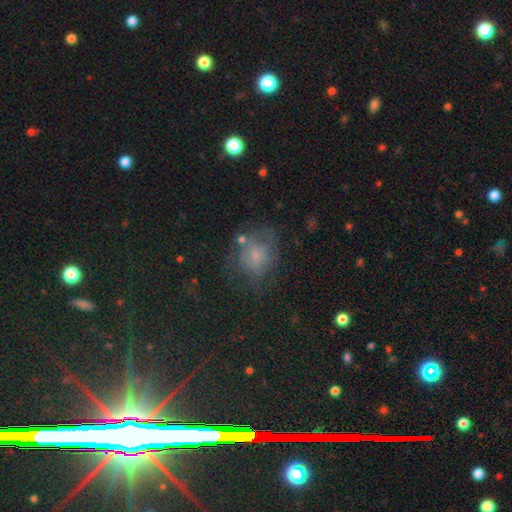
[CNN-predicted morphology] A smooth galaxy with no disk features (51%) that is round (62%). Merging: none (49%).